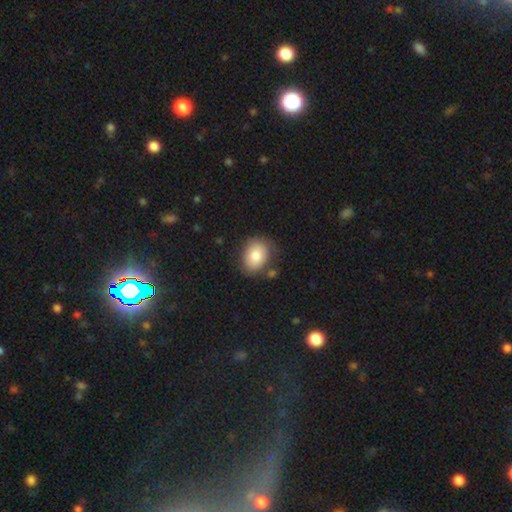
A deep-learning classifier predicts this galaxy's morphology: Smooth or featured? smooth (83%)
How rounded? in between (61%)
Merging? none (72%)